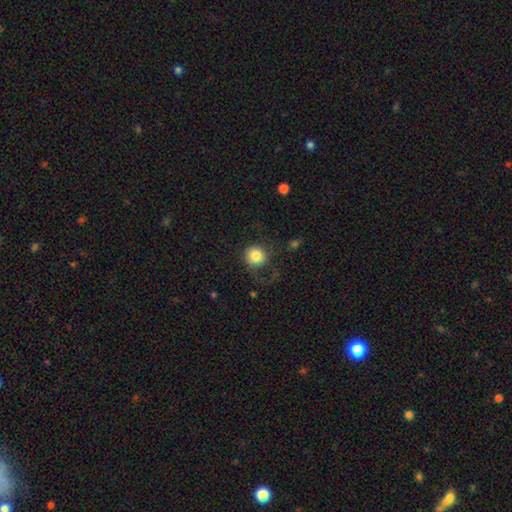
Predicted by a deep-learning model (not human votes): Overall: smooth (81%). How rounded: round (91%). Merging: none (62%).